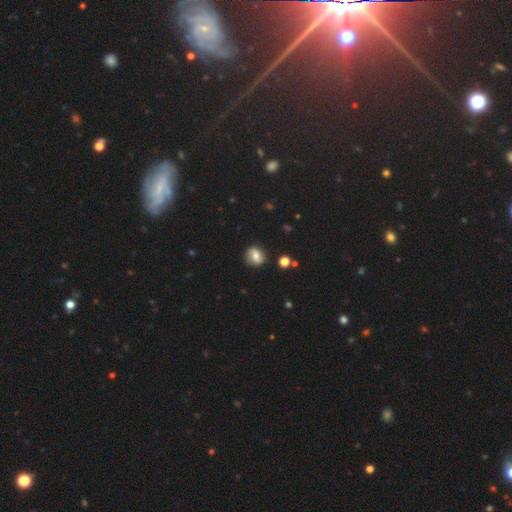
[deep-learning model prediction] A smooth galaxy with no disk features (64%) that is round (70%). Merging: none (81%).